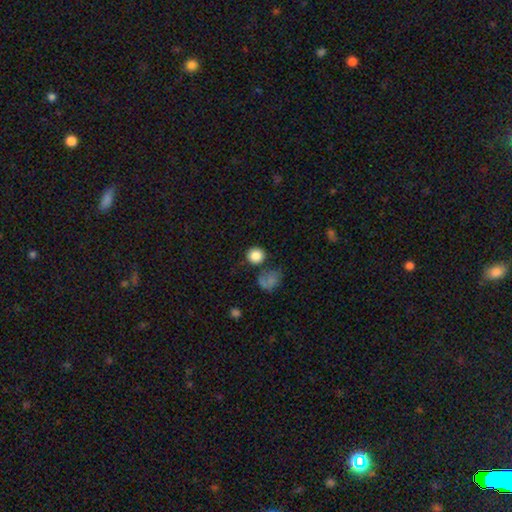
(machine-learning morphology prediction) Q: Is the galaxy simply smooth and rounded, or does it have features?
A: smooth — 85%.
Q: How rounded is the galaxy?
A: round — 90%.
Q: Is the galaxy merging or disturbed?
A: none — 77%.